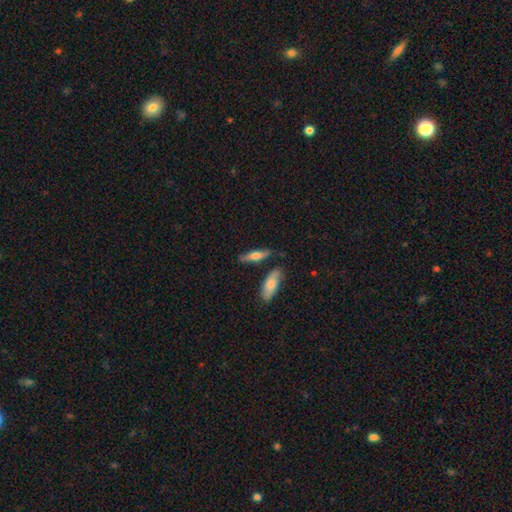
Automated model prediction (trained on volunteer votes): Smooth or featured? smooth (58%)
How rounded? cigar-shaped (62%)
Merging? none (74%)